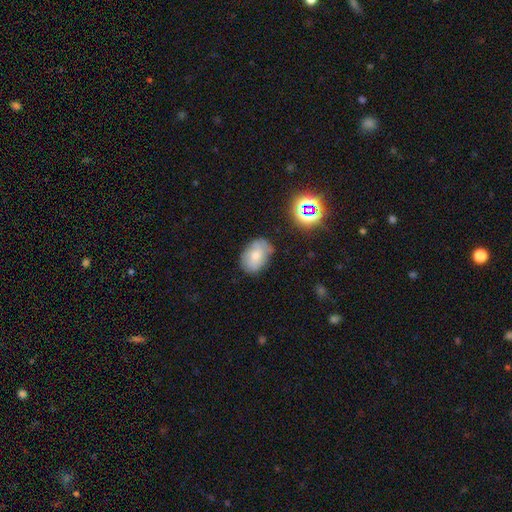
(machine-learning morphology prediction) A smooth galaxy with no disk features (68%) that is in between round and cigar-shaped (78%).

Vote fractions:
- Smooth or featured? smooth: 68% / featured or disk: 20% / star or artifact: 11%
- How rounded? in between: 78% / round: 21% / cigar-shaped: 1%
- Merging? none: 65% / minor disturbance: 25% / major disturbance: 6% / merger: 3%